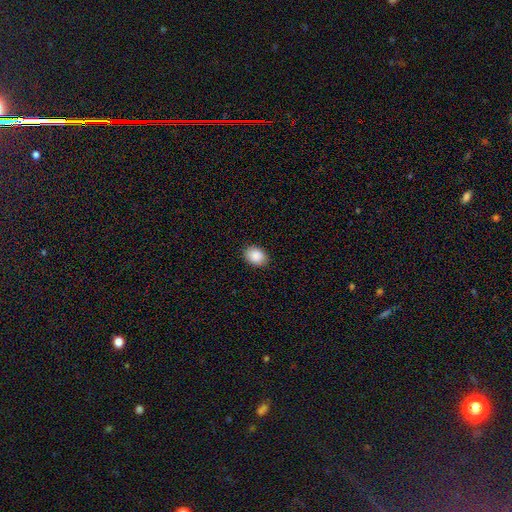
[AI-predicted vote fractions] smooth-or-featured: smooth: 89% | star or artifact: 7% | featured or disk: 3%
  how-rounded: in between: 73% | round: 26% | cigar-shaped: 1%
  merging: none: 89% | minor disturbance: 8% | major disturbance: 2% | merger: 1%